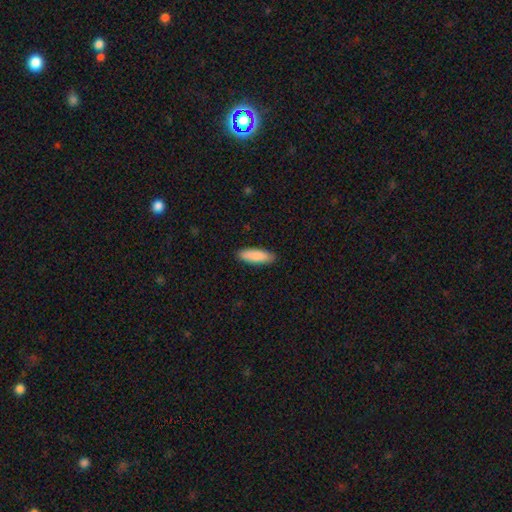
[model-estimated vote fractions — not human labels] A smooth galaxy with no disk features (89%) that is in between round and cigar-shaped (55%). Merging: none (89%).